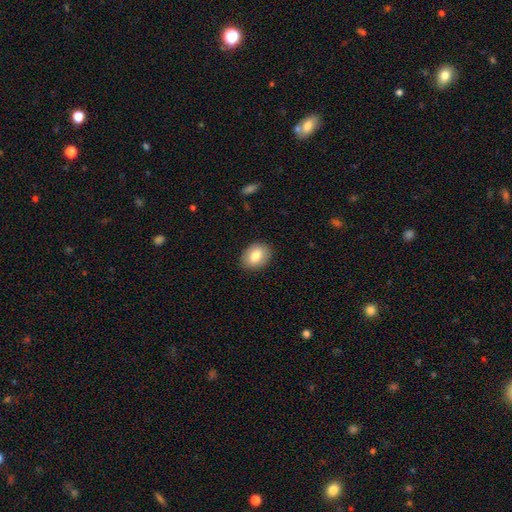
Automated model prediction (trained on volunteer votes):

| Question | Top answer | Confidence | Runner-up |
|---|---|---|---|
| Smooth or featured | smooth | 79% | featured or disk (13%) |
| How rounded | in between | 67% | round (32%) |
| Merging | none | 88% | minor disturbance (9%) |